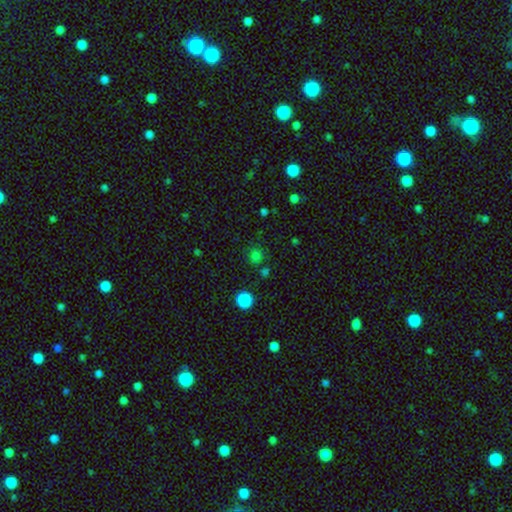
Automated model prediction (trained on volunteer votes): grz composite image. It shows a smooth galaxy with no disk features (73%) that is round (89%). Merging: none (80%).